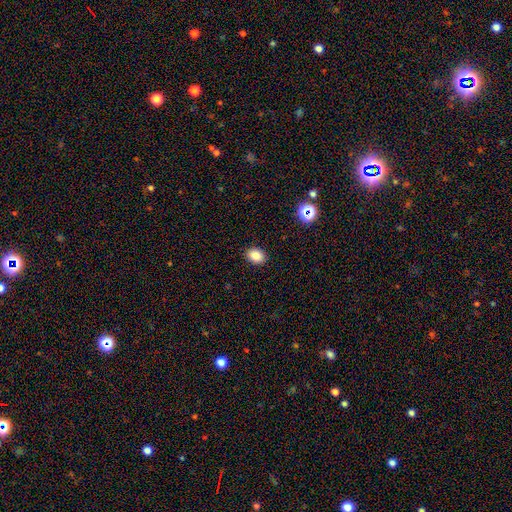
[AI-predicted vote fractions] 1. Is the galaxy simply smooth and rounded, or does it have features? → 85% smooth, 10% star or artifact, 5% featured or disk.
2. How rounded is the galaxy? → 68% in between, 31% round, 1% cigar-shaped.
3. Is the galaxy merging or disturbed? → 90% none, 7% minor disturbance, 2% major disturbance, 1% merger.